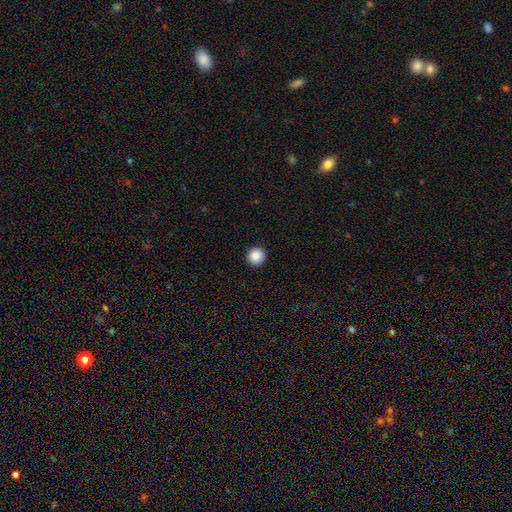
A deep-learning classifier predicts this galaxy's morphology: Smooth or featured? Predicted: smooth (p=0.89). How rounded? Predicted: round (p=0.96). Merging? Predicted: none (p=0.93).